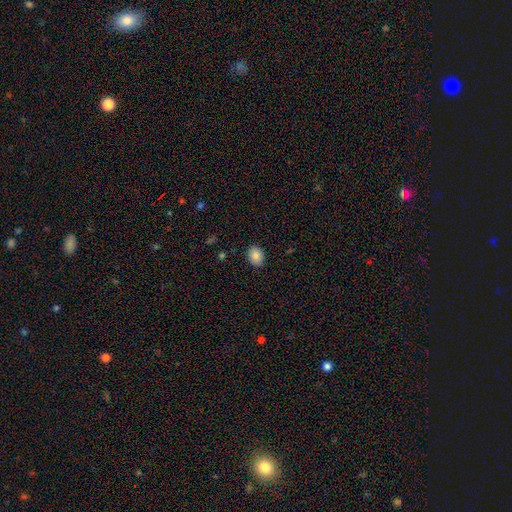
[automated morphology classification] smooth-or-featured: smooth: 86% | star or artifact: 8% | featured or disk: 5%
  how-rounded: in between: 57% | round: 42% | cigar-shaped: 1%
  merging: none: 89% | minor disturbance: 8% | major disturbance: 2% | merger: 1%